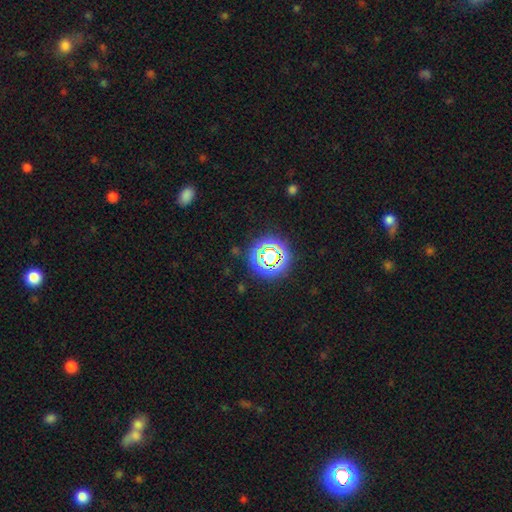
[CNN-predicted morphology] Overall: star or artifact (70%).